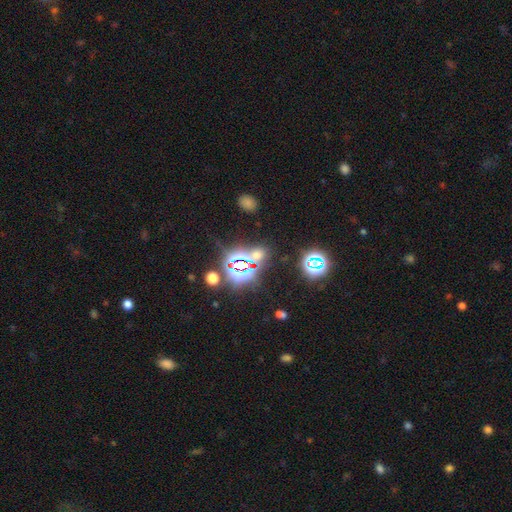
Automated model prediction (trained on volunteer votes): This appears to be a star or artifact, not a galaxy (68%).